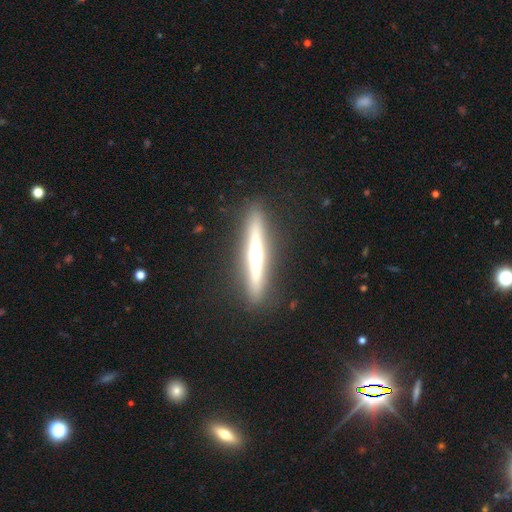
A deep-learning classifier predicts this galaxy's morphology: A featured or disk galaxy (70%) viewed edge-on (96%) with a rounded central bulge (86%).

Vote fractions:
- Smooth or featured? featured or disk: 70% / smooth: 24% / star or artifact: 6%
- Edge-on disk? yes: 96% / no: 4%
- Edge-on bulge? rounded: 86% / none: 9% / boxy: 5%
- Merging? none: 90% / minor disturbance: 7% / major disturbance: 2% / merger: 1%